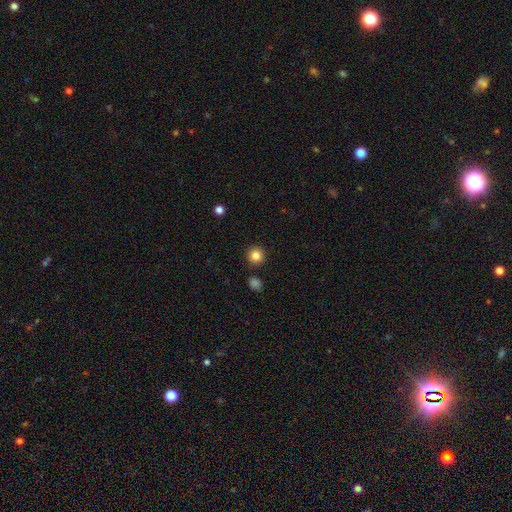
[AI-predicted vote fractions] Morphology: type=smooth (85%); roundness=round (94%); merging=none (90%).